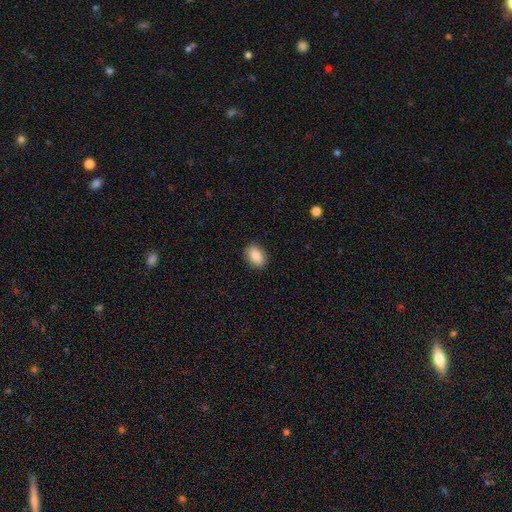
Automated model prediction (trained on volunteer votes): smooth 86%, star or artifact 7%, featured or disk 7%. Down the decision tree: how rounded — in between (82%); merging — none (90%).